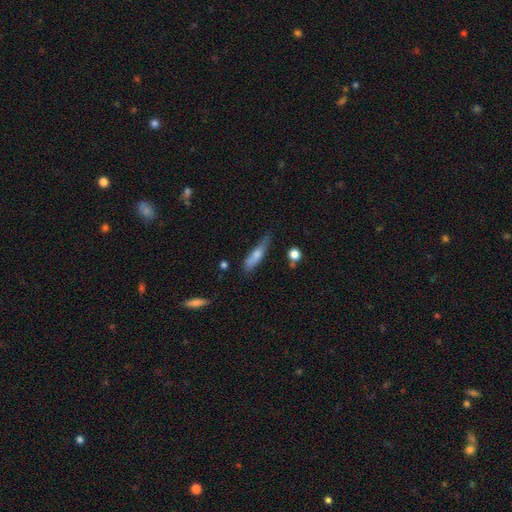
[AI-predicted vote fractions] A smooth galaxy with no disk features (68%) that is cigar-shaped (73%).

Vote fractions:
- Smooth or featured? smooth: 68% / featured or disk: 25% / star or artifact: 7%
- How rounded? cigar-shaped: 73% / in between: 25% / round: 2%
- Merging? none: 58% / minor disturbance: 29% / major disturbance: 8% / merger: 4%